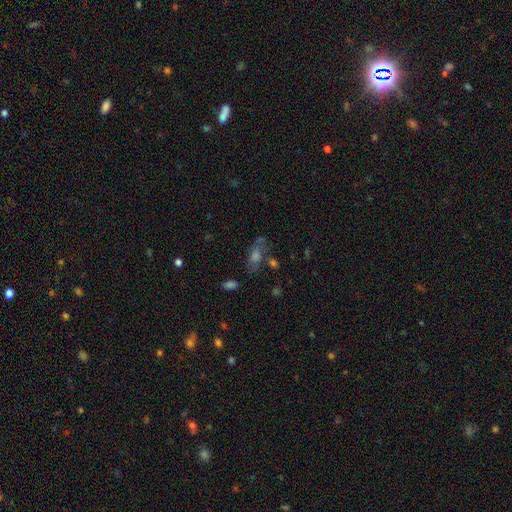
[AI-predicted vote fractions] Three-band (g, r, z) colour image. It shows a smooth galaxy with no disk features (42%). Merging: none (61%).